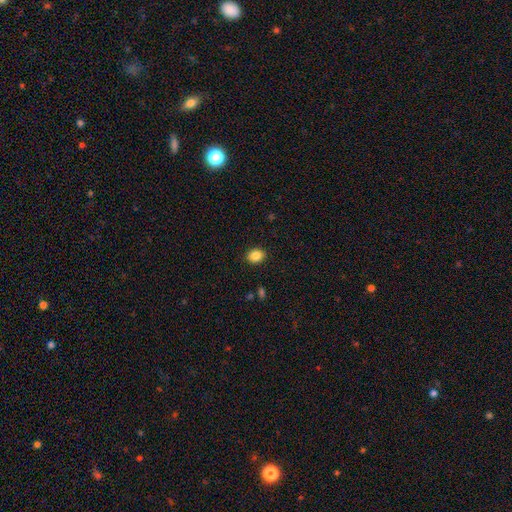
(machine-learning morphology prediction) Smooth or featured: smooth — 86% (star or artifact — 10%)
How rounded: round — 55% (in between — 44%)
Merging: none — 90% (minor disturbance — 7%)